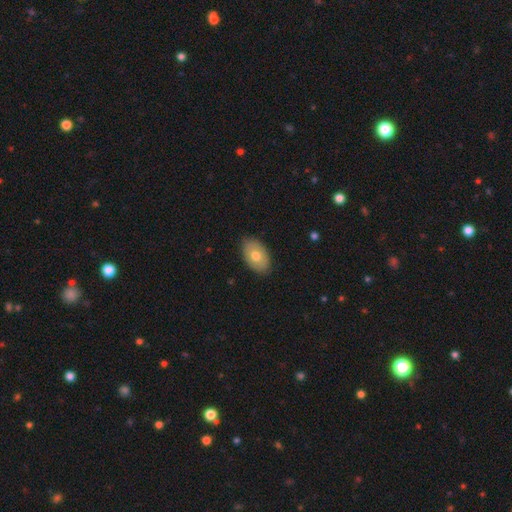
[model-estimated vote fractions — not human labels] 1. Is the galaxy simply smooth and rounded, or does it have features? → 69% smooth, 25% featured or disk, 6% star or artifact.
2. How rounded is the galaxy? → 90% in between, 9% round, 1% cigar-shaped.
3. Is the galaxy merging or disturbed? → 86% none, 11% minor disturbance, 2% major disturbance, 1% merger.